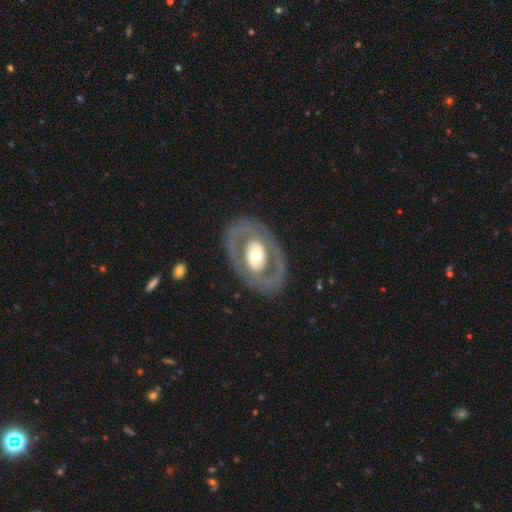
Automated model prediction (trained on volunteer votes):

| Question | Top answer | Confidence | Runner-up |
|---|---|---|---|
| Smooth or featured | featured or disk | 74% | smooth (21%) |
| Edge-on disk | no | 93% | yes (7%) |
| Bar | no | 67% | weak (20%) |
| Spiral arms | no | 60% | yes (40%) |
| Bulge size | moderate | 63% | large (20%) |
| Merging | none | 82% | minor disturbance (10%) |